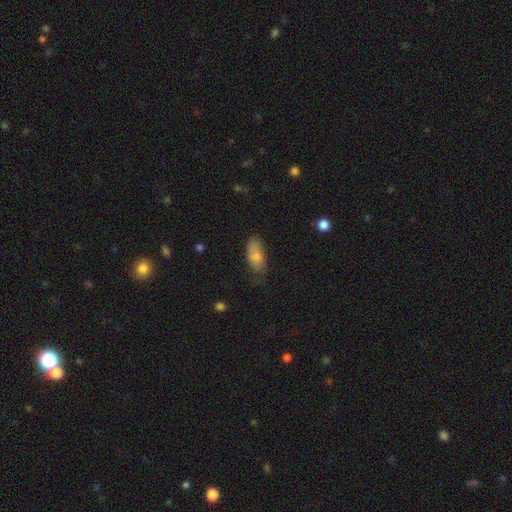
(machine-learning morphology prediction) smooth_or_featured: smooth (p=0.79) [alt: featured or disk p=0.14]
how_rounded: in between (p=0.88) [alt: cigar-shaped p=0.09]
merging: none (p=0.49) [alt: minor disturbance p=0.34]